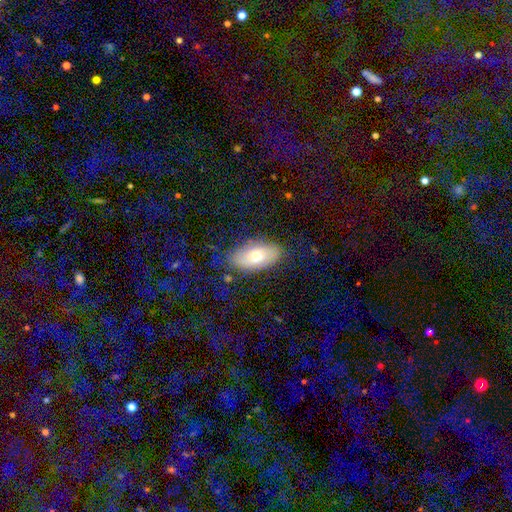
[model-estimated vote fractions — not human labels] Smooth or featured? Predicted: smooth (p=0.68). How rounded? Predicted: in between (p=0.92). Merging? Predicted: none (p=0.76).